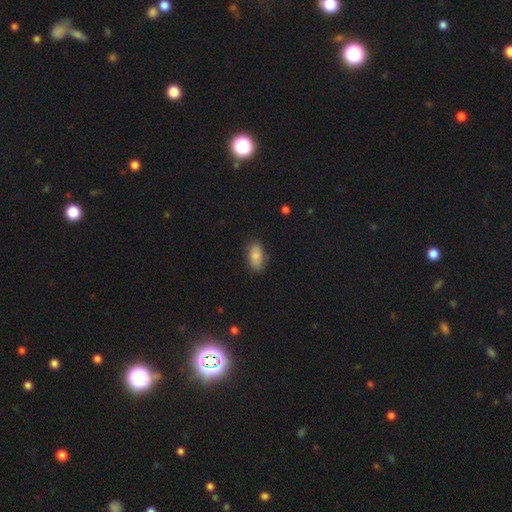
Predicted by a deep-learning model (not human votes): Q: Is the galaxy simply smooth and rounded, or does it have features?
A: smooth — 82%.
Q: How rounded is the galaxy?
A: in between — 92%.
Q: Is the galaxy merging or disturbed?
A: none — 78%.